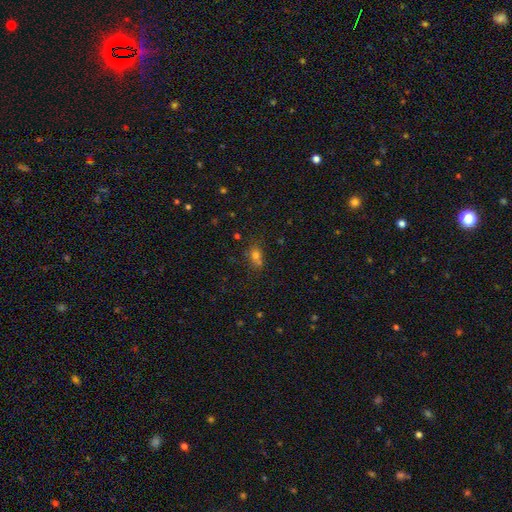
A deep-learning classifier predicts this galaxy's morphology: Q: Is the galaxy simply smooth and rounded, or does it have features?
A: smooth — 67%.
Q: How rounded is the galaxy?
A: round — 51%.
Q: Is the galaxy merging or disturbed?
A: none — 53%.